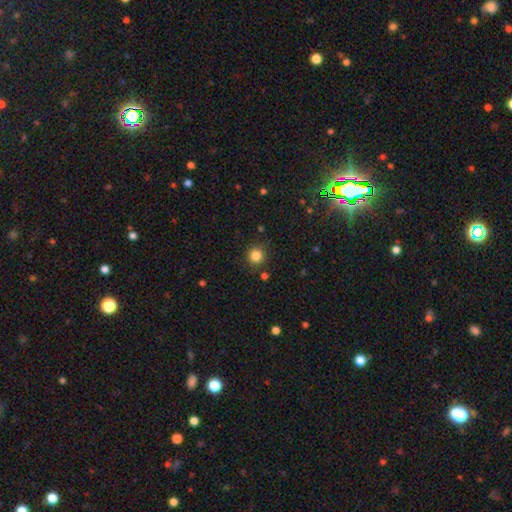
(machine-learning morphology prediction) Smooth or featured: smooth — 83% (star or artifact — 13%)
How rounded: round — 93% (in between — 6%)
Merging: none — 88% (minor disturbance — 7%)